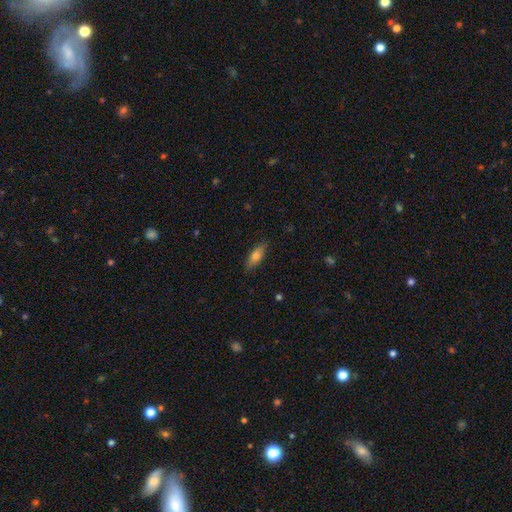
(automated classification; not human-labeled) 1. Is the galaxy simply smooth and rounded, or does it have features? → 77% smooth, 16% featured or disk, 7% star or artifact.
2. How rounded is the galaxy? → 69% in between, 29% cigar-shaped, 2% round.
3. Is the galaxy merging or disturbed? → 82% none, 14% minor disturbance, 3% major disturbance, 1% merger.